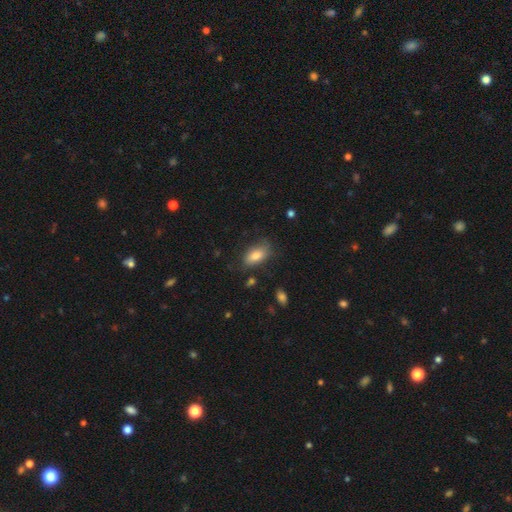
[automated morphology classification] A smooth galaxy with no disk features (80%) that is in between round and cigar-shaped (90%).

Vote fractions:
- Smooth or featured? smooth: 80% / featured or disk: 13% / star or artifact: 8%
- How rounded? in between: 90% / cigar-shaped: 5% / round: 5%
- Merging? none: 71% / minor disturbance: 20% / major disturbance: 6% / merger: 2%